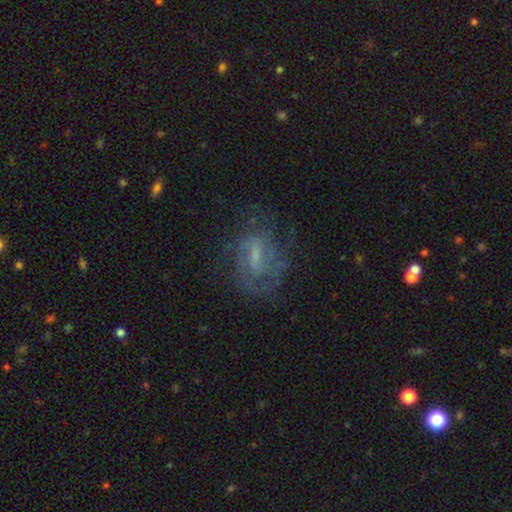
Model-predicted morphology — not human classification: This is likely a featured or disk galaxy (68%). It is clearly not viewed edge-on (95%). Bar: possibly weak (52%). Spiral arm pattern: likely yes (78%). Spiral arm count: marginally can't tell (44%). Spiral winding: marginally medium (42%). Central bulge: marginally small (42%). Merging: possibly none (60%).